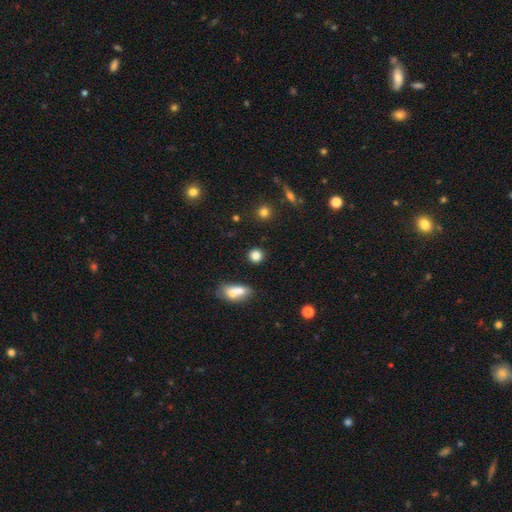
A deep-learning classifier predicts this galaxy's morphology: A smooth galaxy with no disk features (83%) that is round (88%).

Vote fractions:
- Smooth or featured? smooth: 83% / star or artifact: 11% / featured or disk: 6%
- How rounded? round: 88% / in between: 11% / cigar-shaped: 1%
- Merging? none: 83% / minor disturbance: 7% / merger: 7% / major disturbance: 3%